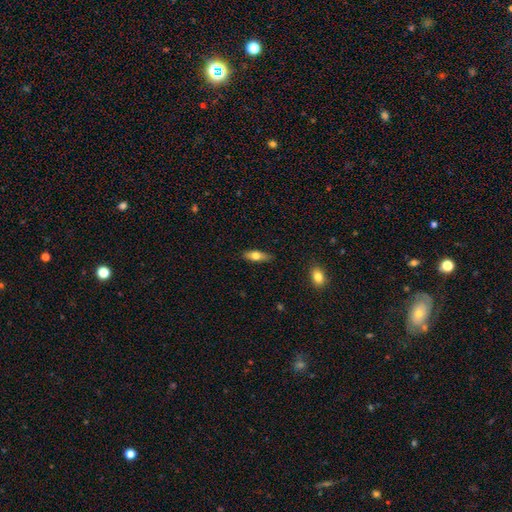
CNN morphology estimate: smooth 66%, featured or disk 27%, star or artifact 7%. Down the decision tree: how rounded — in between (63%); merging — none (86%).